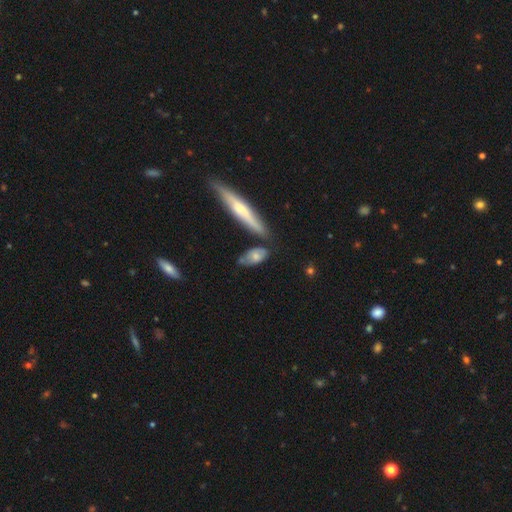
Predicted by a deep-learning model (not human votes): Smooth or featured?
  - smooth: 64% *
  - featured or disk: 30%
  - star or artifact: 6%
How rounded?
  - in between: 76% *
  - cigar-shaped: 19%
  - round: 5%
Merging?
  - none: 57% *
  - minor disturbance: 23%
  - merger: 12%
  - major disturbance: 7%